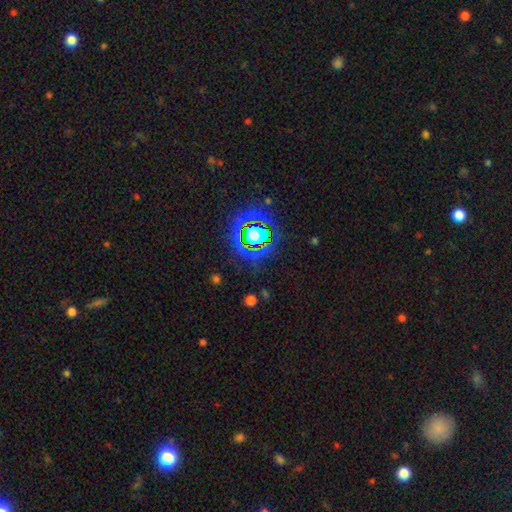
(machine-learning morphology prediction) Smooth or featured: star or artifact — 79% (smooth — 12%)